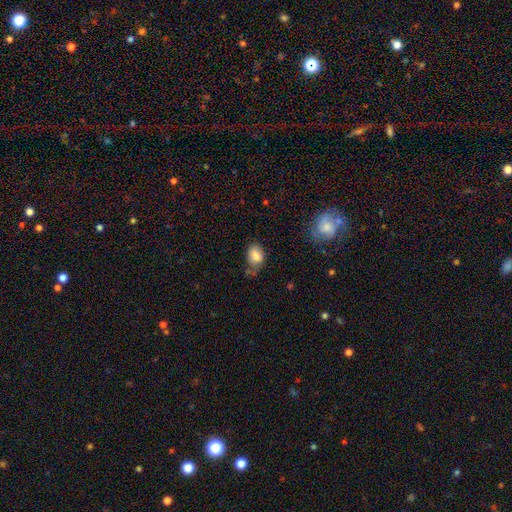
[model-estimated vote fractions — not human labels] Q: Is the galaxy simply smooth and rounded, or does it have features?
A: smooth — 81%.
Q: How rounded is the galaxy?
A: in between — 80%.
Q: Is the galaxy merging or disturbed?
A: none — 54%.